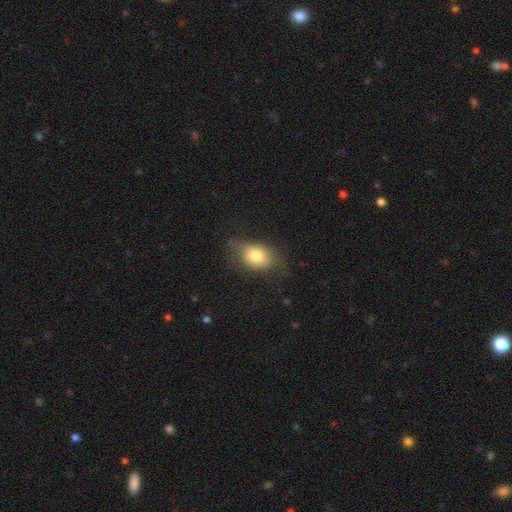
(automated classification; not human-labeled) This appears to be a smooth galaxy with no disk features (75%) that is in between round and cigar-shaped (72%). Merging: none (56%).